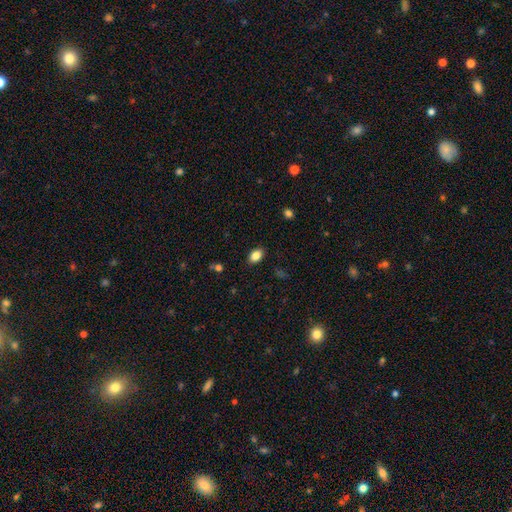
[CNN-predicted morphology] A smooth galaxy with no disk features (86%) that is in between round and cigar-shaped (82%). Merging: none (88%).